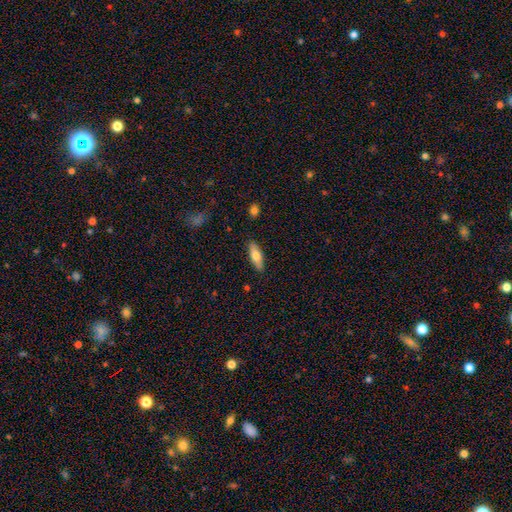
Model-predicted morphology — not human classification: Q: Smooth or featured?
A: smooth (70%); runner-up: featured or disk (24%)
Q: How rounded?
A: in between (60%); runner-up: cigar-shaped (38%)
Q: Merging?
A: none (87%); runner-up: minor disturbance (10%)